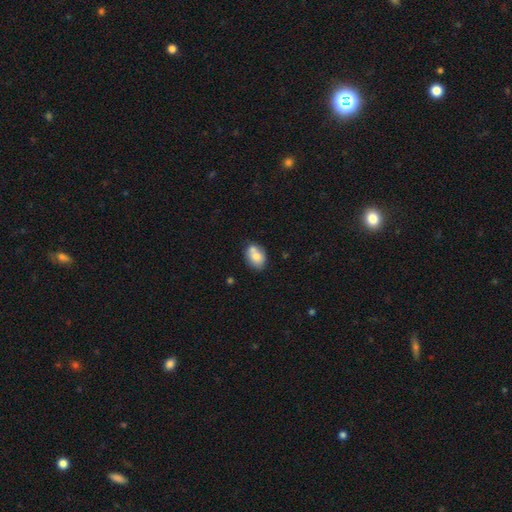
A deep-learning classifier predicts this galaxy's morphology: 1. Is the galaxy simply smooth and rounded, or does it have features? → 73% smooth, 19% featured or disk, 8% star or artifact.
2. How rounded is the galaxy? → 70% in between, 28% round, 1% cigar-shaped.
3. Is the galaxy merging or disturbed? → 52% none, 29% merger, 15% minor disturbance, 4% major disturbance.